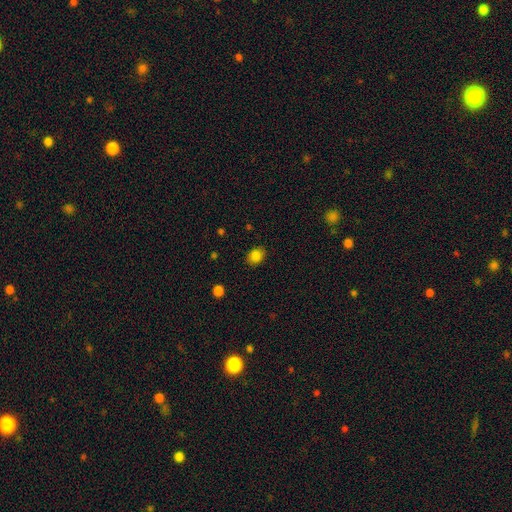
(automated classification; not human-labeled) Smooth or featured? smooth (84%)
How rounded? round (51%)
Merging? none (86%)